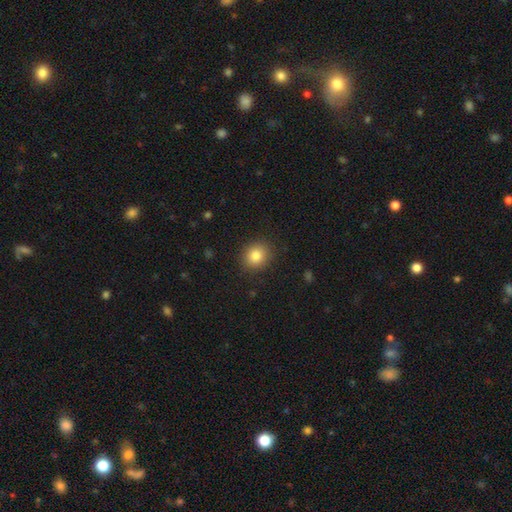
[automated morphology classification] Smooth or featured: smooth — 83% (star or artifact — 10%)
How rounded: round — 78% (in between — 21%)
Merging: none — 89% (minor disturbance — 7%)